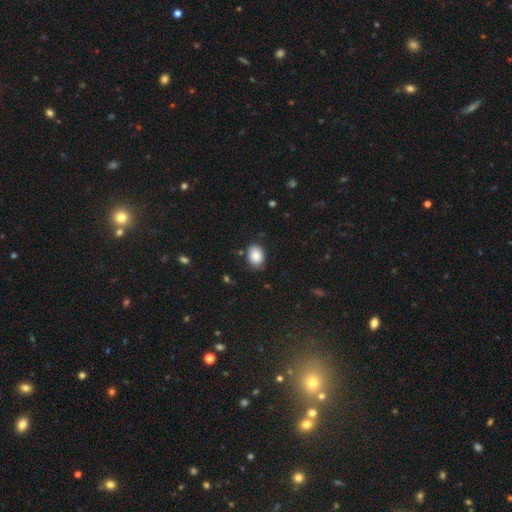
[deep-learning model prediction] smooth_or_featured: smooth (p=0.87) [alt: star or artifact p=0.08]
how_rounded: in between (p=0.76) [alt: round p=0.23]
merging: none (p=0.79) [alt: minor disturbance p=0.16]